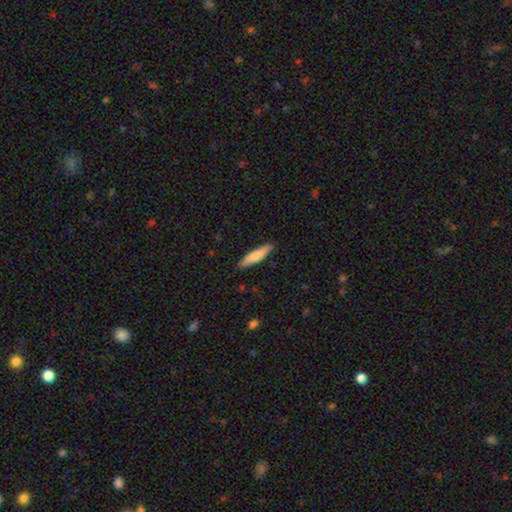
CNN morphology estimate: A smooth galaxy with no disk features (78%) that is cigar-shaped (80%). Merging: none (86%).